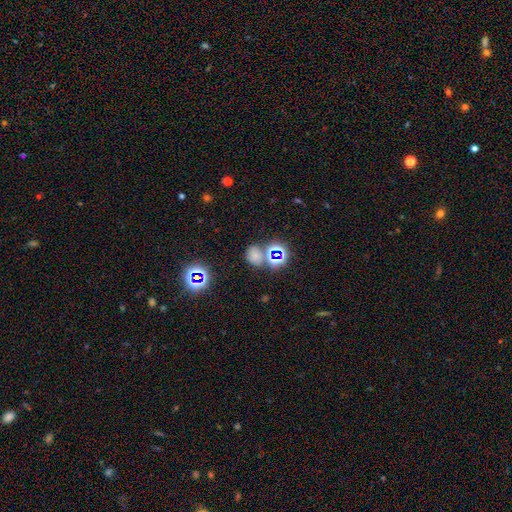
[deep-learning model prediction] smooth 53%, star or artifact 39%, featured or disk 8%. Down the decision tree: how rounded — round (61%); merging — none (69%).